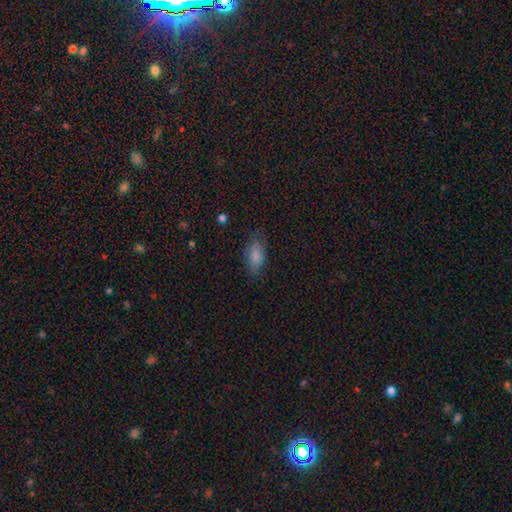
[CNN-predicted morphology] Smooth or featured? Predicted: smooth (p=0.81). How rounded? Predicted: in between (p=0.87). Merging? Predicted: none (p=0.71).